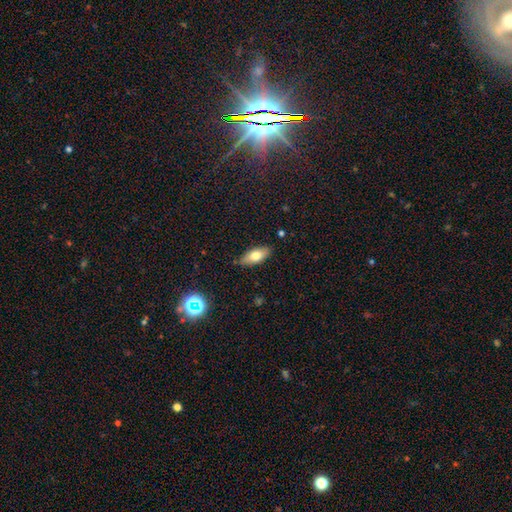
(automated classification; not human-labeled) smooth-or-featured: smooth: 71% | featured or disk: 21% | star or artifact: 8%
  how-rounded: in between: 83% | cigar-shaped: 14% | round: 3%
  merging: none: 83% | minor disturbance: 13% | major disturbance: 2% | merger: 2%